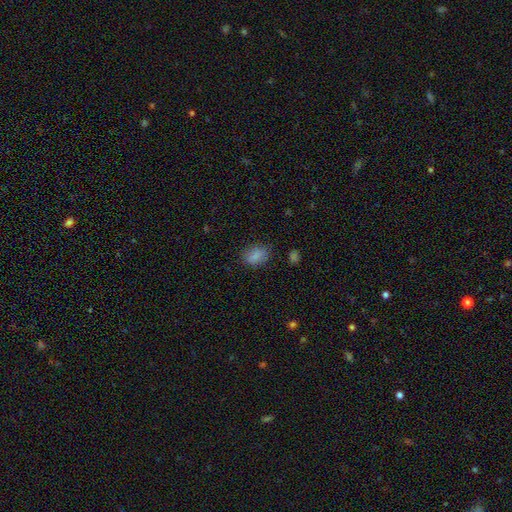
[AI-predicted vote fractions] Q: Smooth or featured?
A: smooth (83%); runner-up: star or artifact (9%)
Q: How rounded?
A: in between (77%); runner-up: round (21%)
Q: Merging?
A: none (78%); runner-up: minor disturbance (16%)